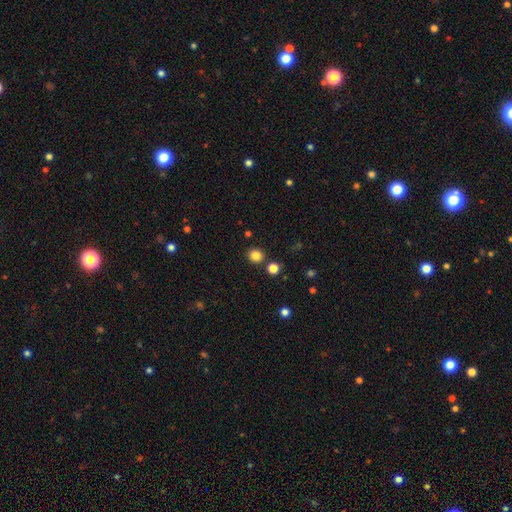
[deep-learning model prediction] The model was most divided on "how rounded": round: 82%, in between: 17%, cigar-shaped: 1%. More confident: merging — none (85%); smooth or featured — smooth (84%).